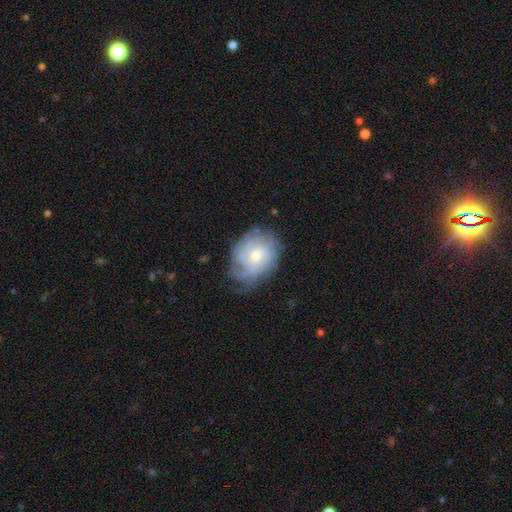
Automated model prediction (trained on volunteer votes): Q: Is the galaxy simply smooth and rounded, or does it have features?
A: featured or disk — 74%.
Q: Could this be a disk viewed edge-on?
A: no — 97%.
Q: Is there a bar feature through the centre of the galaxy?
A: no — 70%.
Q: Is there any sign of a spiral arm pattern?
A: yes — 91%.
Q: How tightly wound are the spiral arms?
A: tight — 65%.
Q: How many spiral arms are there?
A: can't tell — 48%.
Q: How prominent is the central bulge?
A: small — 48%.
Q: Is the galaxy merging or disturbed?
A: none — 66%.